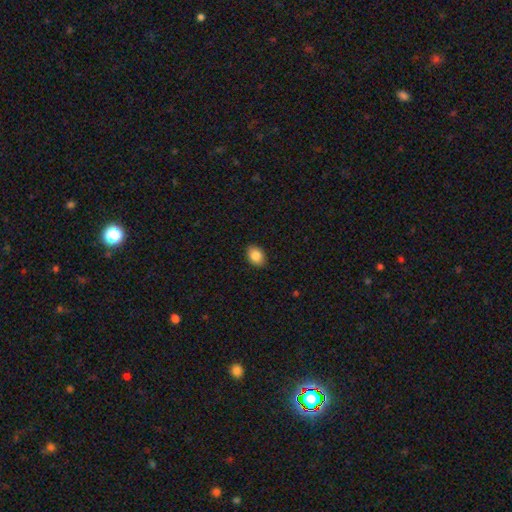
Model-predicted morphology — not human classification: Smooth or featured?
  - smooth: 86% *
  - star or artifact: 8%
  - featured or disk: 6%
How rounded?
  - in between: 75% *
  - round: 24%
  - cigar-shaped: 1%
Merging?
  - none: 89% *
  - minor disturbance: 8%
  - major disturbance: 2%
  - merger: 1%